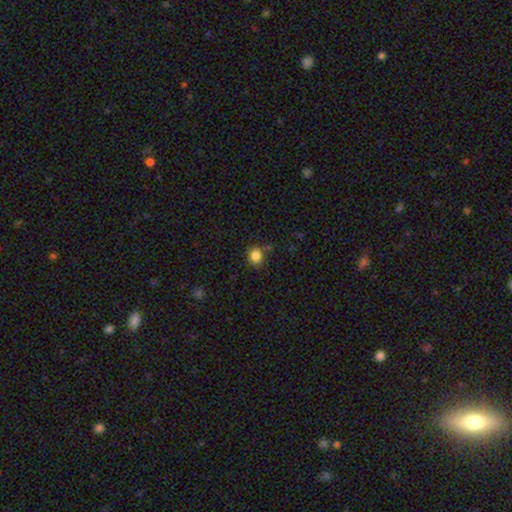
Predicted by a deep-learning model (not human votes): smooth 84%, star or artifact 11%, featured or disk 4%. Down the decision tree: how rounded — round (83%); merging — none (79%).